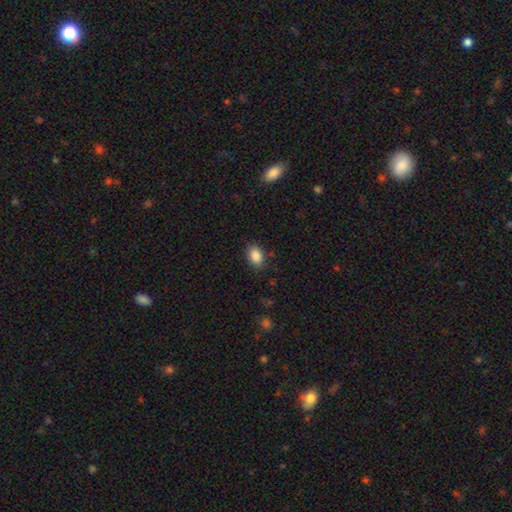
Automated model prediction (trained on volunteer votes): The model was most divided on "how rounded": in between: 80%, round: 19%, cigar-shaped: 1%. More confident: smooth or featured — smooth (88%); merging — none (84%).